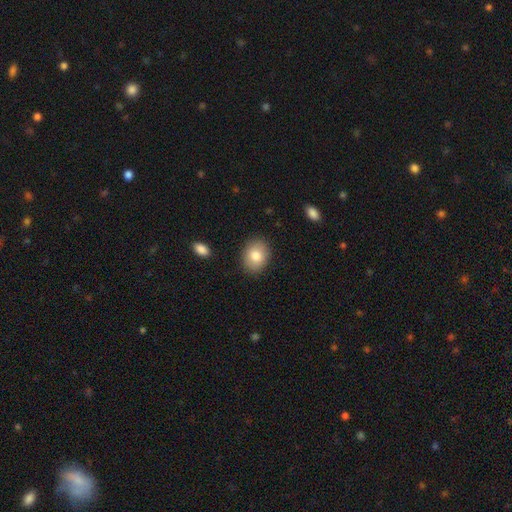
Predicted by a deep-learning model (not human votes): This appears to be a smooth galaxy with no disk features (81%) that is in between round and cigar-shaped (59%). Merging: none (88%).